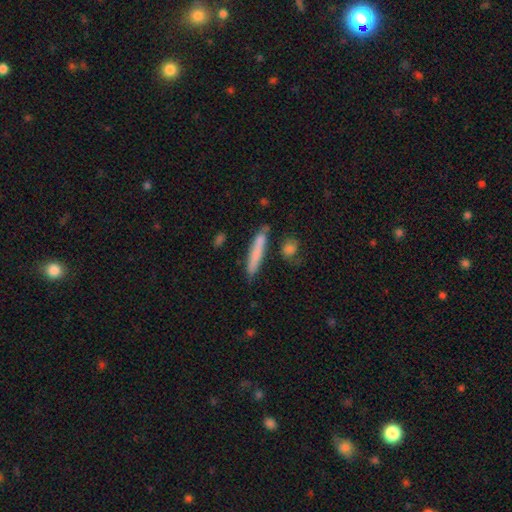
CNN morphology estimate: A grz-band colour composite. It shows a smooth galaxy with no disk features (74%) that is cigar-shaped (91%). Merging: none (75%).